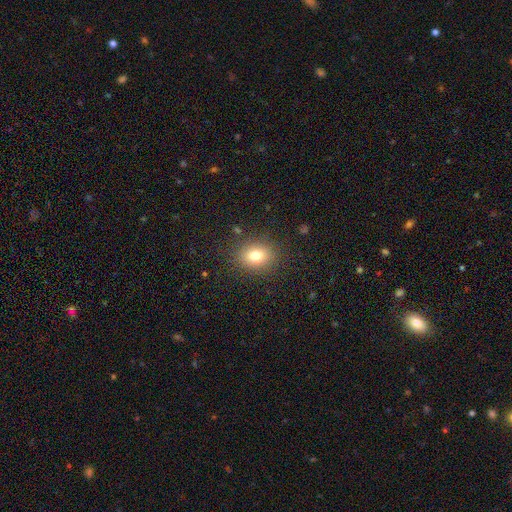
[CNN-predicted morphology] smooth 77%, star or artifact 13%, featured or disk 10%. Down the decision tree: how rounded — round (54%); merging — none (87%).